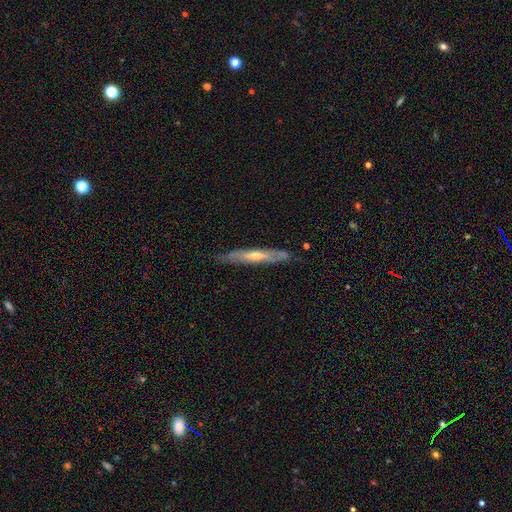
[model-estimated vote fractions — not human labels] This is likely a featured or disk galaxy (67%). It is clearly viewed edge-on (81%). Edge-on bulge: likely rounded (69%). Merging: clearly none (81%).